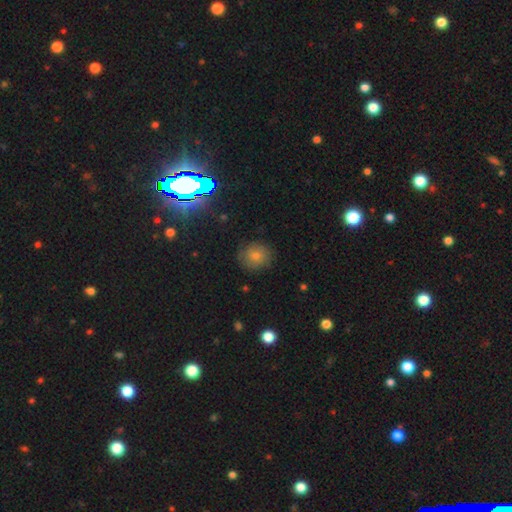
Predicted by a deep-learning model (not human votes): Overall: smooth (66%). How rounded: round (86%). Merging: none (84%).